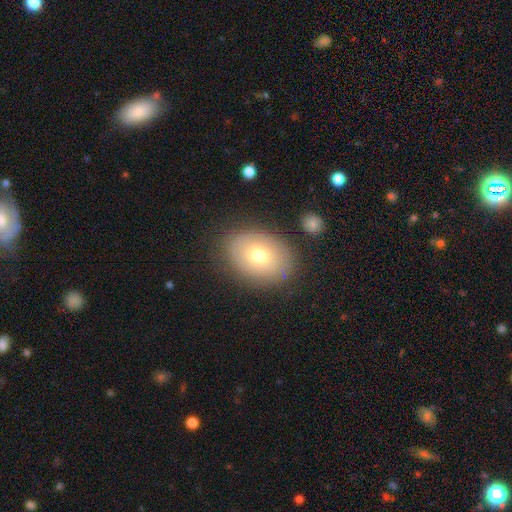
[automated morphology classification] Q: Smooth or featured?
A: smooth (67%); runner-up: featured or disk (24%)
Q: How rounded?
A: in between (74%); runner-up: round (25%)
Q: Merging?
A: none (84%); runner-up: minor disturbance (11%)